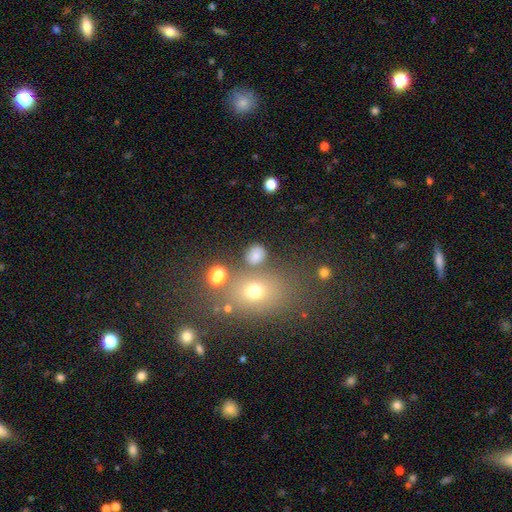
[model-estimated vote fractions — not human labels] Smooth or featured?
  - smooth: 75% *
  - star or artifact: 17%
  - featured or disk: 8%
How rounded?
  - round: 61% *
  - in between: 38%
  - cigar-shaped: 2%
Merging?
  - none: 72% *
  - minor disturbance: 12%
  - merger: 10%
  - major disturbance: 6%